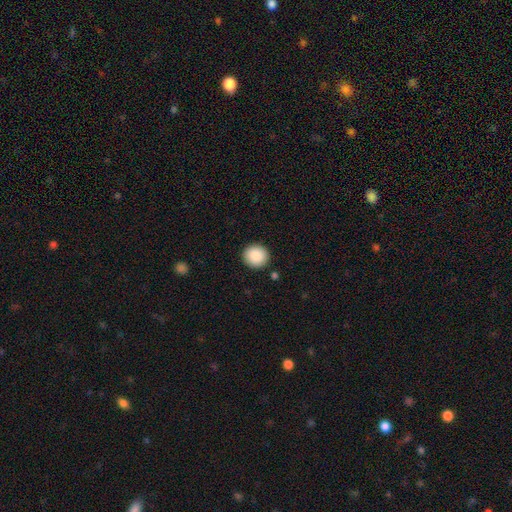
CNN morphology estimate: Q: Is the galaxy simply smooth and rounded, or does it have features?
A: smooth — 88%.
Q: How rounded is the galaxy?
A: round — 92%.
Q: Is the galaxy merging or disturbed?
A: none — 91%.